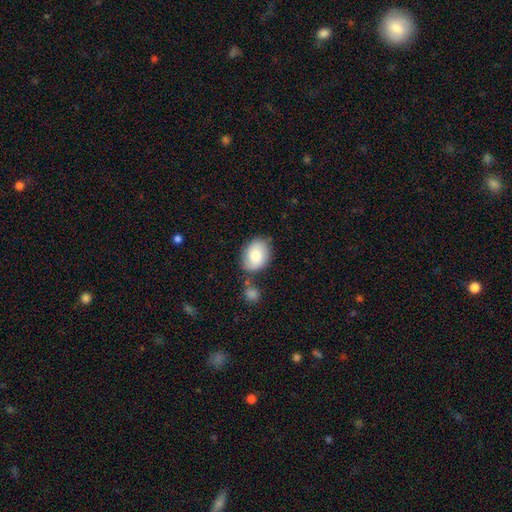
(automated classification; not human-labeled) A smooth galaxy with no disk features (78%) that is in between round and cigar-shaped (68%). Merging: none (64%).